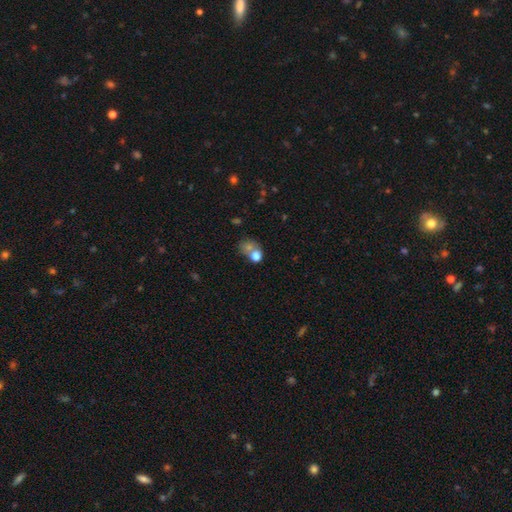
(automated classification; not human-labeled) Smooth or featured? smooth (73%)
How rounded? round (59%)
Merging? merger (52%)